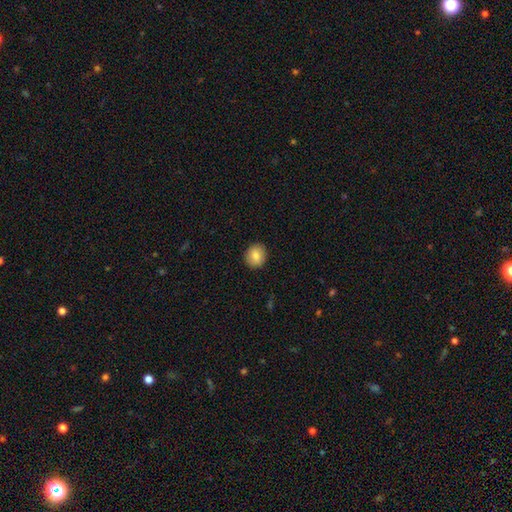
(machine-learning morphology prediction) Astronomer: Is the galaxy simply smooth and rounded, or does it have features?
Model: smooth — 83%.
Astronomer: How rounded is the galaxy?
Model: round — 79%.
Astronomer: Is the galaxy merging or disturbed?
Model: none — 91%.